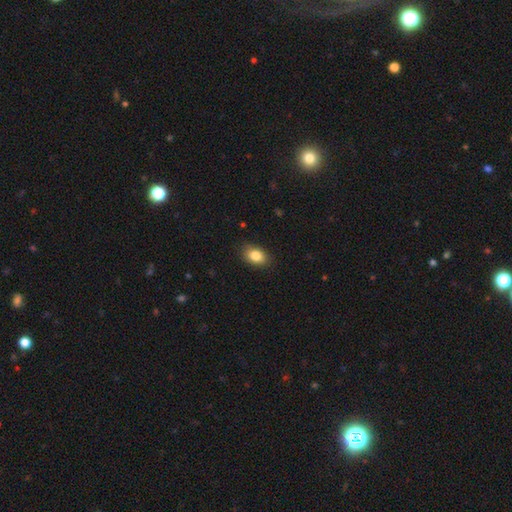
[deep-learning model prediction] A smooth galaxy with no disk features (84%) that is in between round and cigar-shaped (82%). Merging: none (86%).